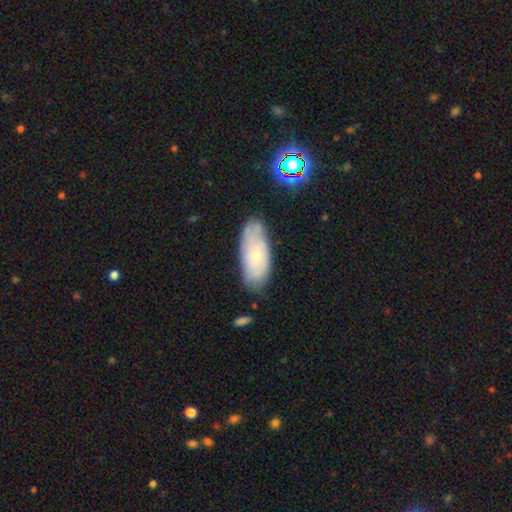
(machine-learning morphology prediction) Smooth or featured? smooth (48%)
Merging? none (72%)